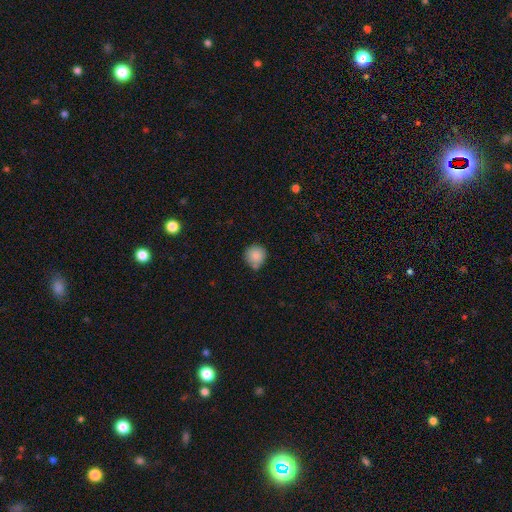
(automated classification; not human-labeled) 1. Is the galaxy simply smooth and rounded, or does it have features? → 86% smooth, 9% star or artifact, 6% featured or disk.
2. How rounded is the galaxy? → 91% round, 8% in between, 1% cigar-shaped.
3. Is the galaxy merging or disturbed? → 68% none, 22% minor disturbance, 6% merger, 4% major disturbance.